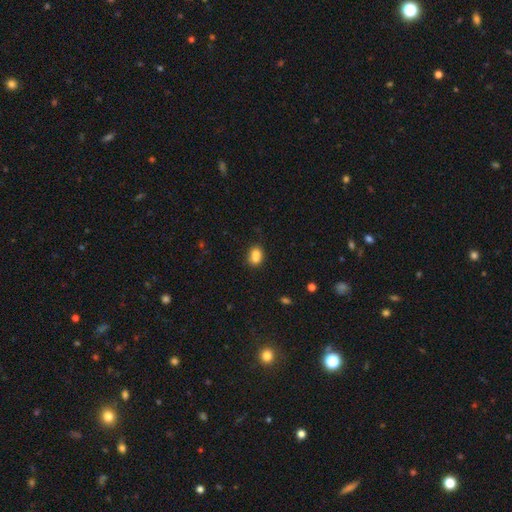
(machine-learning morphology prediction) Smooth or featured?
  - smooth: 77% *
  - featured or disk: 12%
  - star or artifact: 10%
How rounded?
  - in between: 61% *
  - round: 38%
  - cigar-shaped: 1%
Merging?
  - none: 42% *
  - merger: 40%
  - minor disturbance: 14%
  - major disturbance: 4%